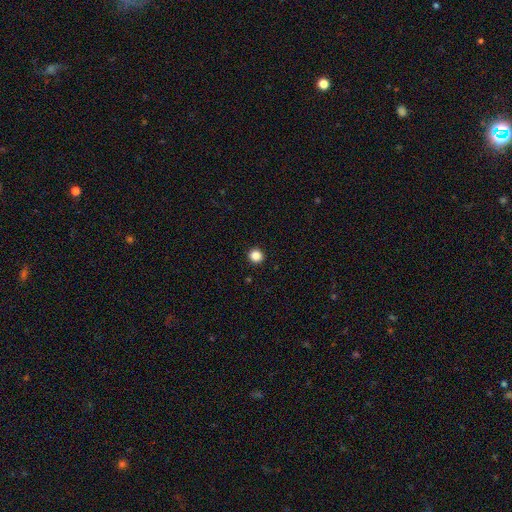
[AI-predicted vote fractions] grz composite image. It shows a smooth galaxy with no disk features (86%) that is round (95%). Merging: none (94%).